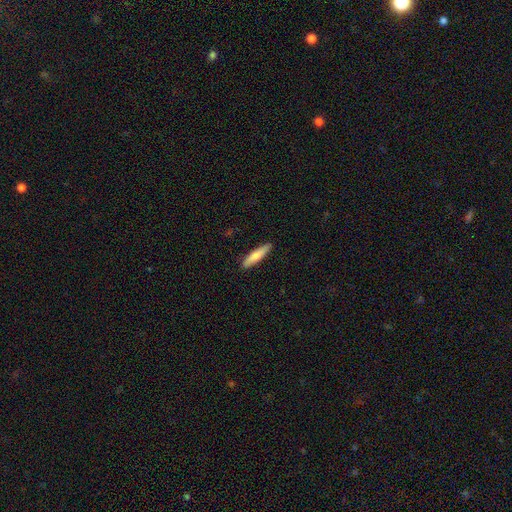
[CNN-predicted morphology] This is likely a smooth galaxy (78%). How rounded: clearly cigar-shaped (81%). Merging: clearly none (90%).